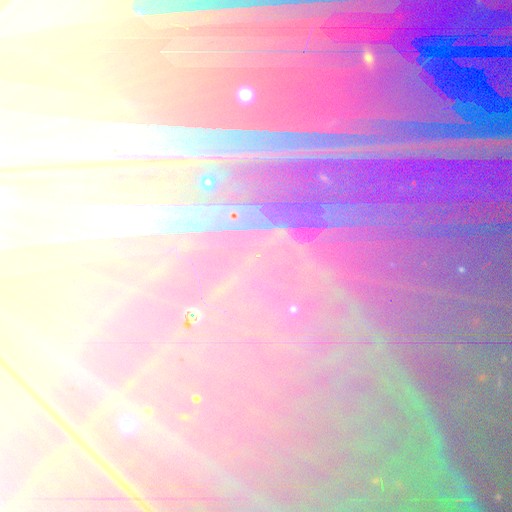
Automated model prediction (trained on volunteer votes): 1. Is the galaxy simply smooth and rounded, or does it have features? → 83% star or artifact, 9% smooth, 8% featured or disk.